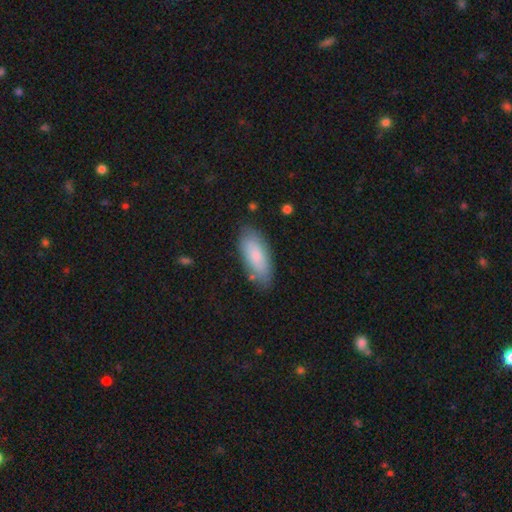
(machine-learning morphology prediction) A smooth galaxy with no disk features (78%) that is in between round and cigar-shaped (81%).

Vote fractions:
- Smooth or featured? smooth: 78% / featured or disk: 16% / star or artifact: 6%
- How rounded? in between: 81% / cigar-shaped: 17% / round: 2%
- Merging? none: 78% / minor disturbance: 16% / major disturbance: 3% / merger: 3%